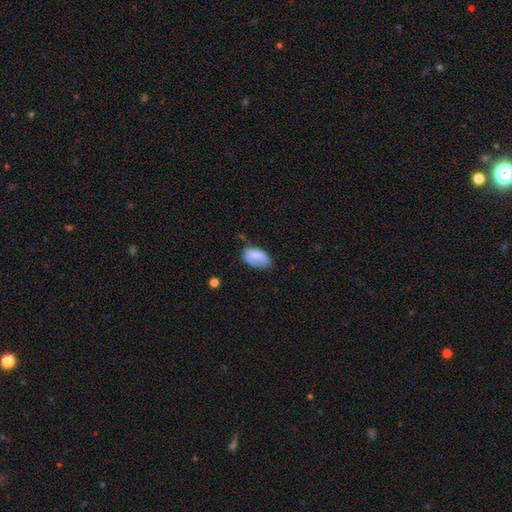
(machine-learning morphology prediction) The model was most divided on "merging": none: 50%, minor disturbance: 32%, major disturbance: 15%, merger: 3%. More confident: how rounded — in between (92%); smooth or featured — smooth (72%).